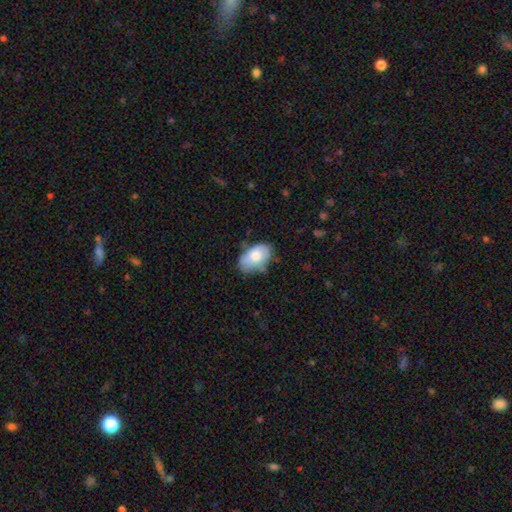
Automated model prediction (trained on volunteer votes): Smooth or featured? smooth (74%)
How rounded? in between (90%)
Merging? none (59%)